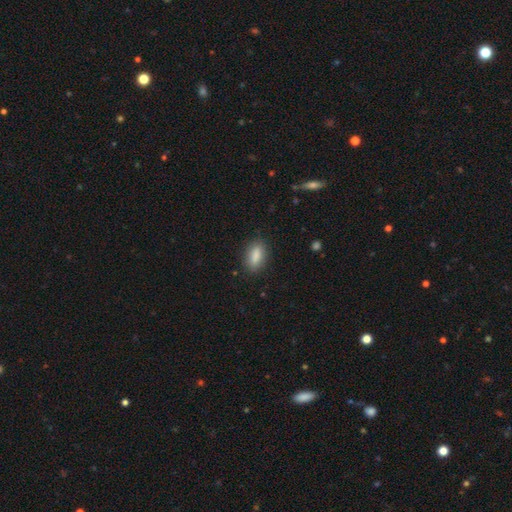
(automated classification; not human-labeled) Smooth or featured? Predicted: smooth (p=0.87). How rounded? Predicted: in between (p=0.80). Merging? Predicted: none (p=0.86).